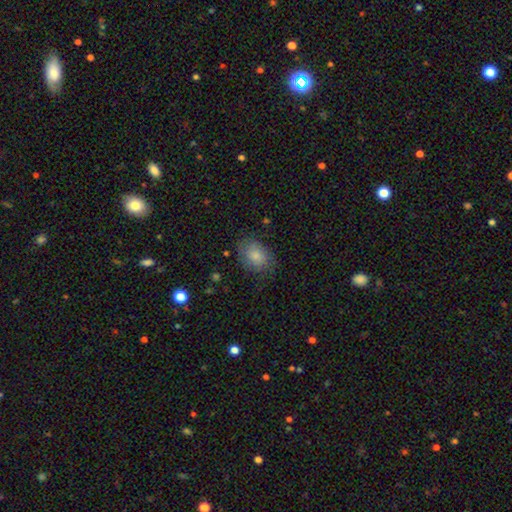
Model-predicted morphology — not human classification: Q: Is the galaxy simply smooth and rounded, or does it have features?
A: smooth — 80%.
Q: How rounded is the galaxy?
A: in between — 71%.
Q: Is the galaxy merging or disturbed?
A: none — 73%.